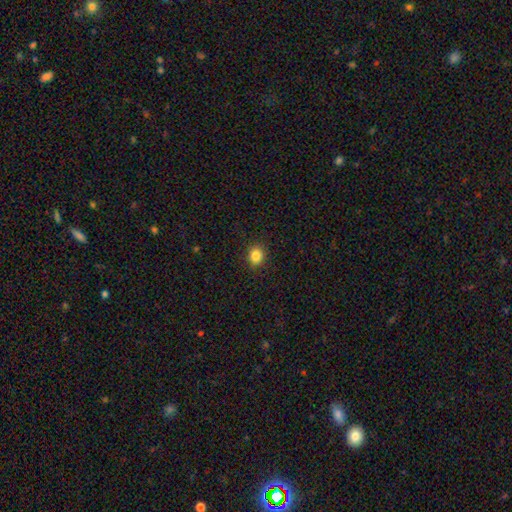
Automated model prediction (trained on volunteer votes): Smooth or featured? smooth (85%)
How rounded? round (63%)
Merging? none (90%)